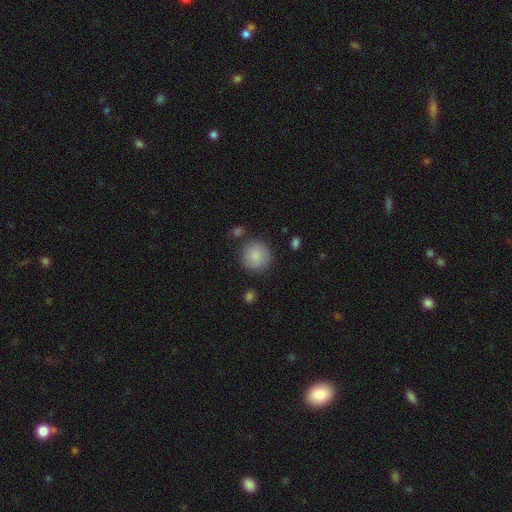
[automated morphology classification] Smooth or featured?
  - smooth: 86% *
  - star or artifact: 8%
  - featured or disk: 6%
How rounded?
  - round: 93% *
  - in between: 6%
  - cigar-shaped: 1%
Merging?
  - none: 82% *
  - minor disturbance: 10%
  - merger: 4%
  - major disturbance: 4%